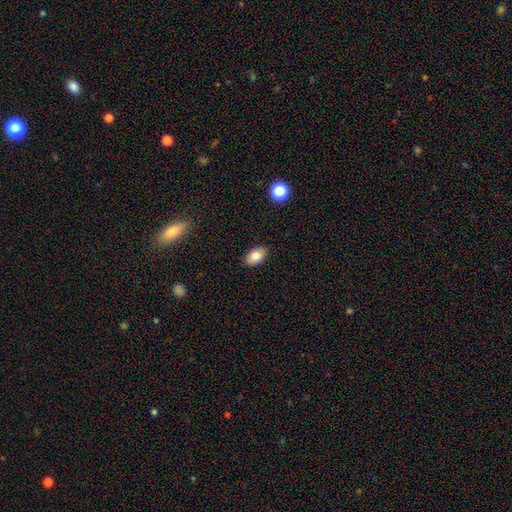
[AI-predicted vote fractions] A smooth galaxy with no disk features (81%) that is in between round and cigar-shaped (90%).

Vote fractions:
- Smooth or featured? smooth: 81% / featured or disk: 11% / star or artifact: 8%
- How rounded? in between: 90% / round: 8% / cigar-shaped: 1%
- Merging? none: 87% / minor disturbance: 10% / major disturbance: 2% / merger: 1%